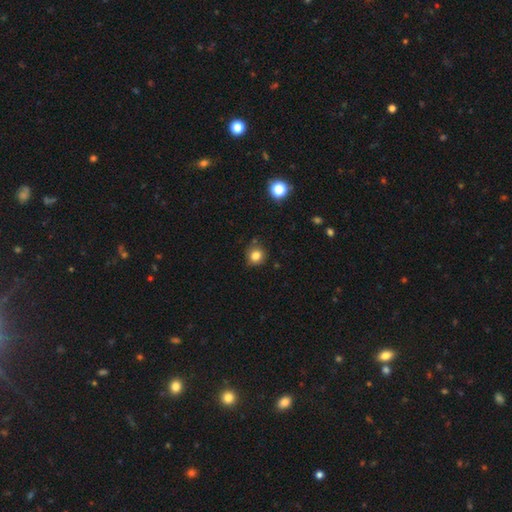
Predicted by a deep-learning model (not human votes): Smooth or featured? smooth (81%)
How rounded? round (91%)
Merging? none (83%)